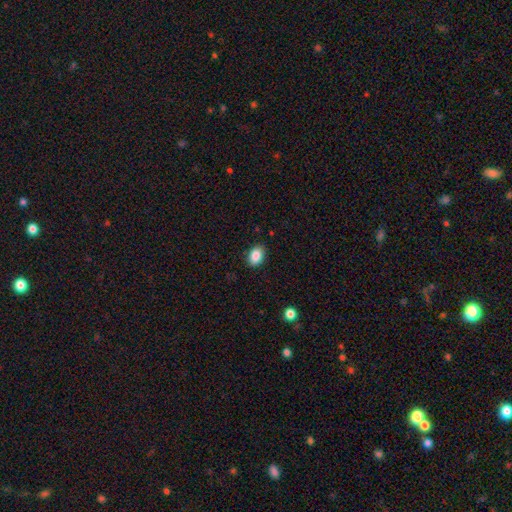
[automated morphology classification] This is clearly a smooth galaxy (87%). How rounded: likely in between (80%). Merging: clearly none (87%).